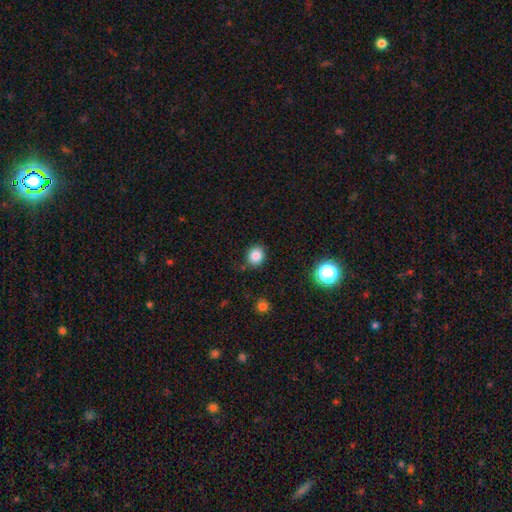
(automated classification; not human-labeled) A smooth galaxy with no disk features (84%) that is round (76%). Merging: none (86%).